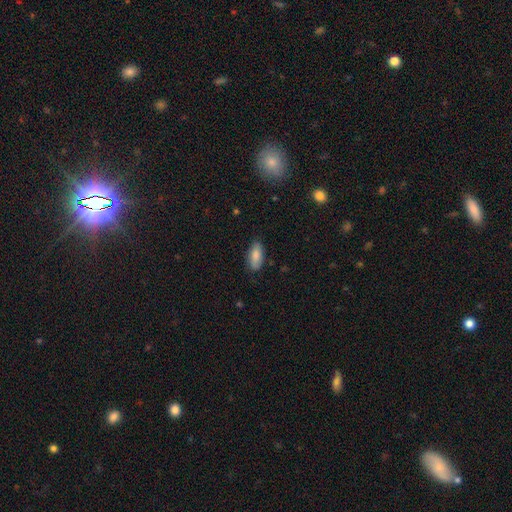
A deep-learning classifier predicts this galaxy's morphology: type=smooth (83%); roundness=in between (86%); merging=none (80%).